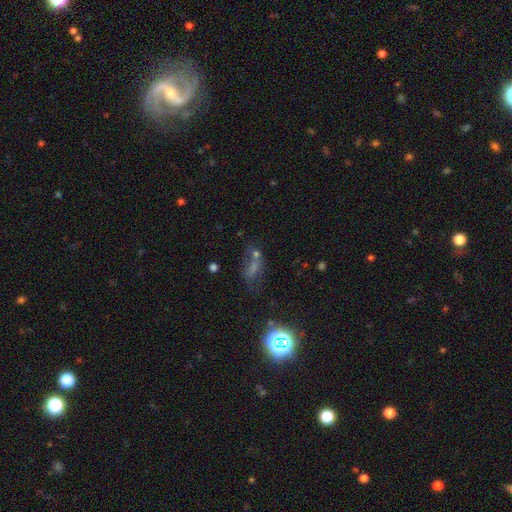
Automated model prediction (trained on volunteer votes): This is marginally a star or artifact rather than a galaxy (40%, tied with smooth).